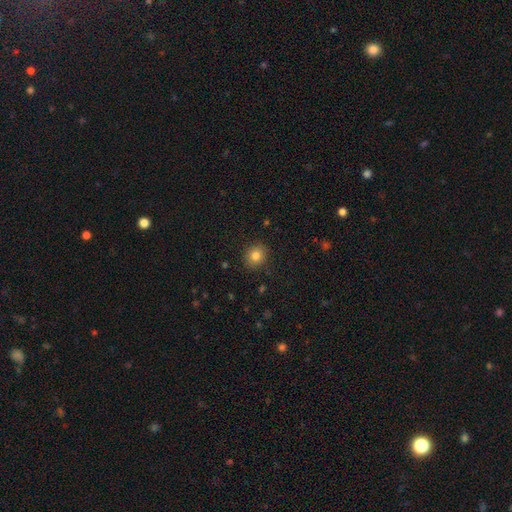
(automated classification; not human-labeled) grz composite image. It shows a smooth galaxy with no disk features (82%) that is round (78%). Merging: none (89%).